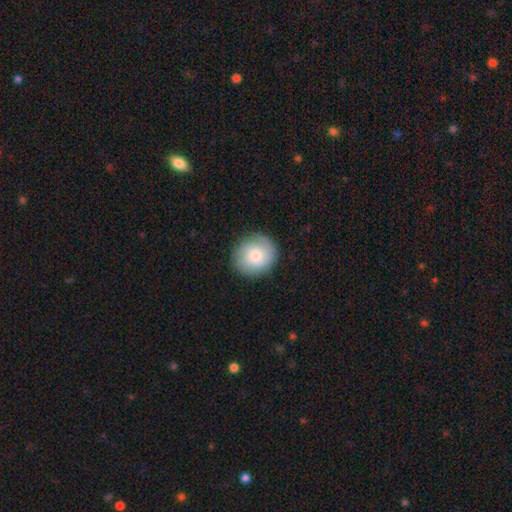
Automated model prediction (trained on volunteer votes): The model was most divided on "smooth or featured": smooth: 65%, featured or disk: 27%, star or artifact: 8%. More confident: how rounded — round (88%); merging — none (85%).